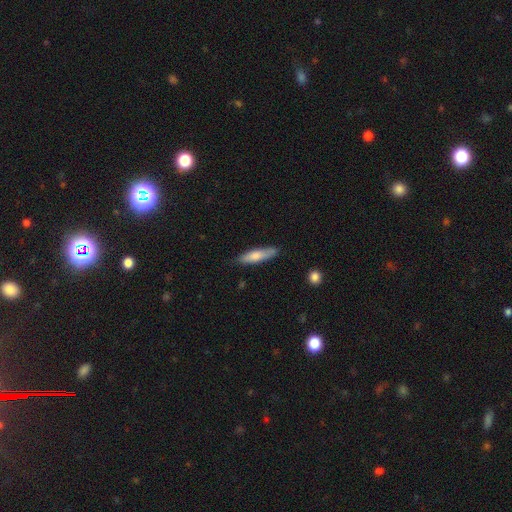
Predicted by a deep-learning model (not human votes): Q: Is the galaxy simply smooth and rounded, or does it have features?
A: smooth — 73%.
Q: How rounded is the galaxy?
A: cigar-shaped — 73%.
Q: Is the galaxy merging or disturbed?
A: none — 81%.